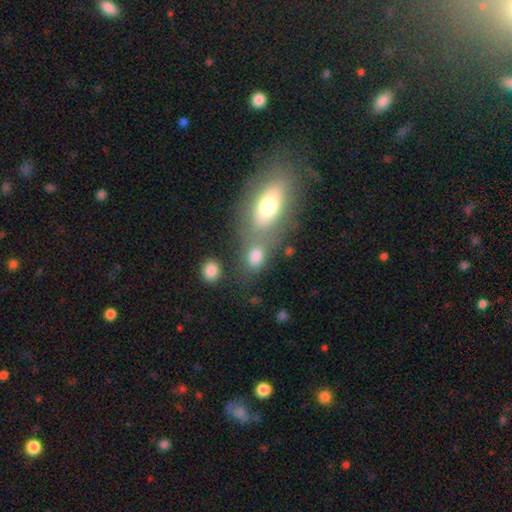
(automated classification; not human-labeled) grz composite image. It shows a smooth galaxy with no disk features (77%) that is in between round and cigar-shaped (70%). Merging: none (41%).